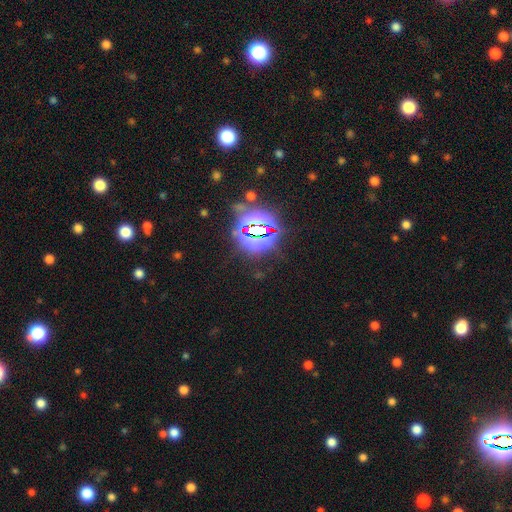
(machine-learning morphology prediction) Smooth or featured: star or artifact — 85% (smooth — 9%)